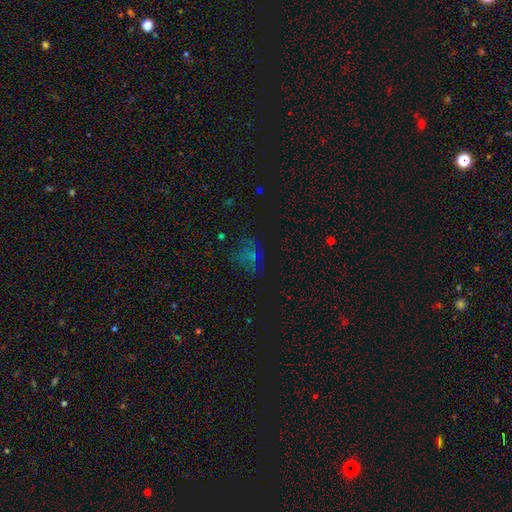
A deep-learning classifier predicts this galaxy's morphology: A smooth galaxy with no disk features (39%). Merging: none (57%).